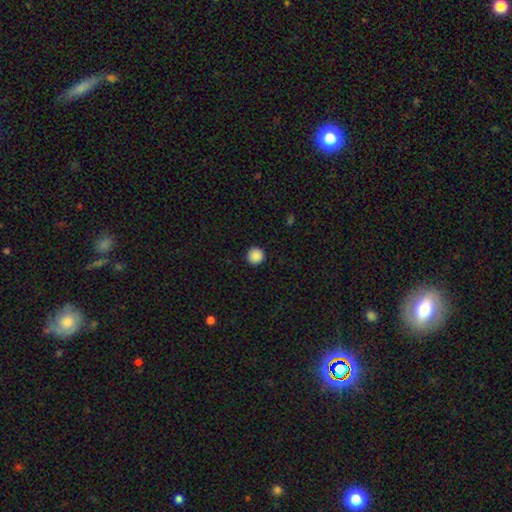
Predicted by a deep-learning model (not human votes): Overall: smooth (89%). How rounded: round (96%). Merging: none (93%).